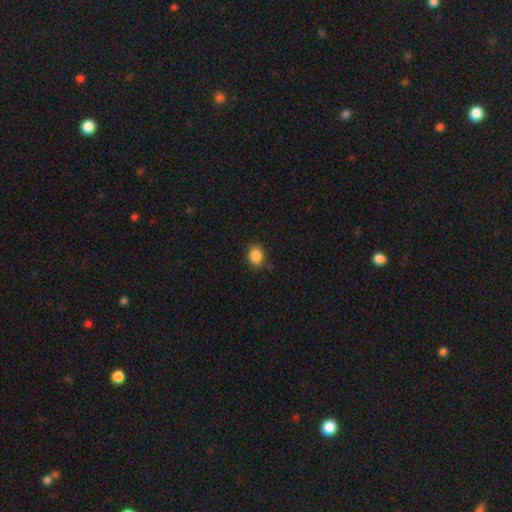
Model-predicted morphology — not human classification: Smooth or featured: smooth — 87% (star or artifact — 9%)
How rounded: round — 51% (in between — 48%)
Merging: none — 85% (minor disturbance — 11%)